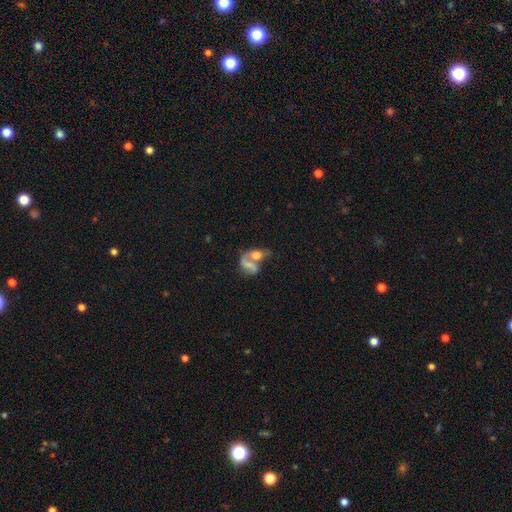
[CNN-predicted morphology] smooth 47%, featured or disk 42%, star or artifact 10%. Down the decision tree: merging — merger (66%).